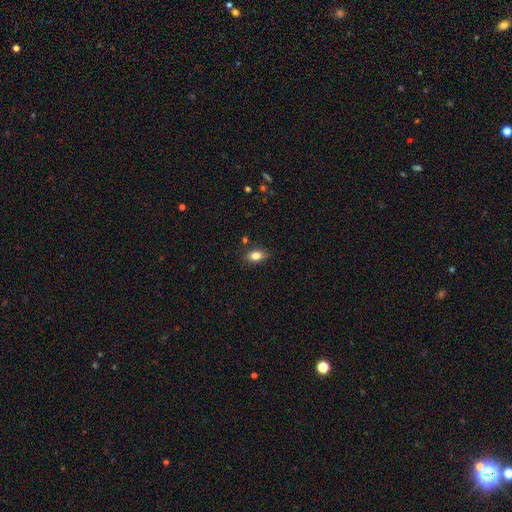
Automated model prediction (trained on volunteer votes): The model was most divided on "merging": none: 80%, minor disturbance: 15%, major disturbance: 3%, merger: 2%. More confident: how rounded — in between (84%); smooth or featured — smooth (82%).